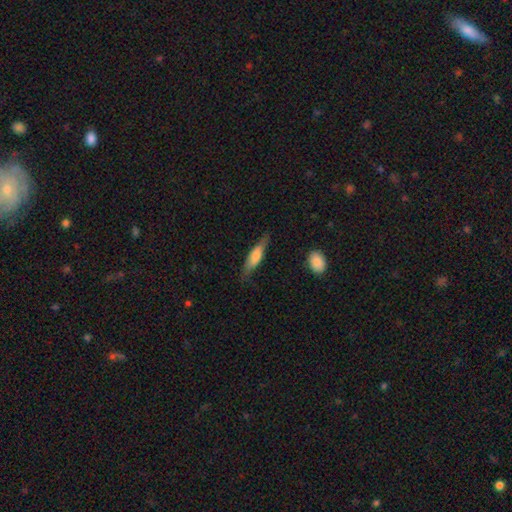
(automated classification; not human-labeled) A smooth galaxy with no disk features (59%) that is cigar-shaped (67%). Merging: none (75%).